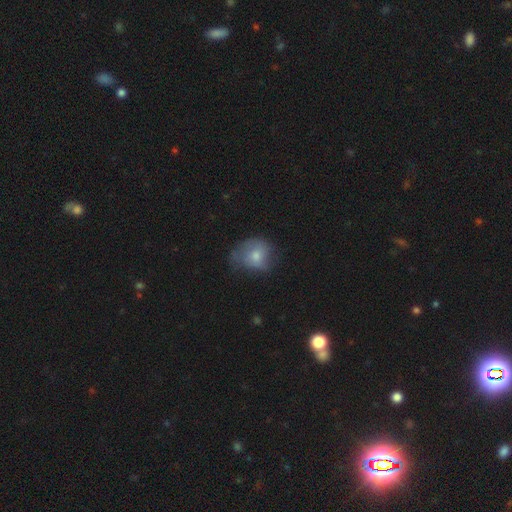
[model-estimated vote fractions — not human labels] The model was most divided on "merging": none: 44%, minor disturbance: 35%, major disturbance: 19%, merger: 2%. More confident: smooth or featured — smooth (66%); how rounded — round (59%).